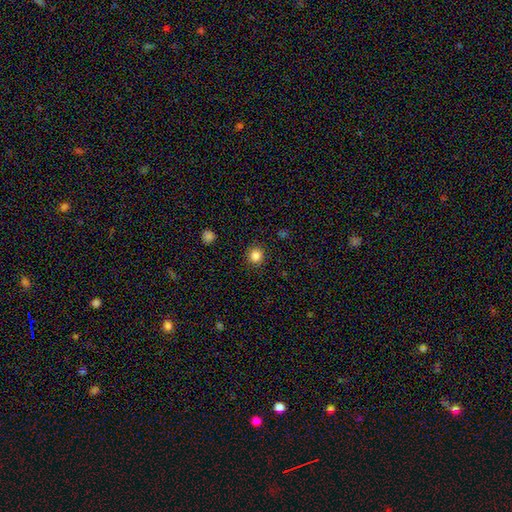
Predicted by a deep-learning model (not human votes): Morphology: type=smooth (84%); roundness=round (91%); merging=none (91%).